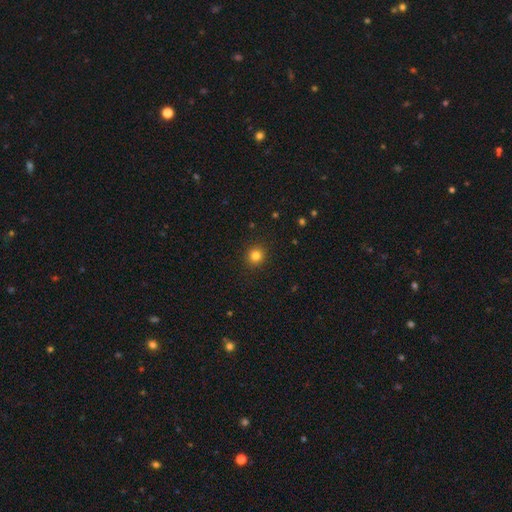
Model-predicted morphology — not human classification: type=smooth (82%); roundness=round (91%); merging=none (92%).